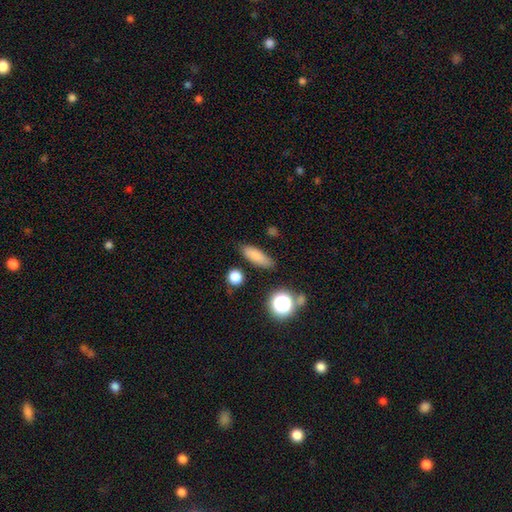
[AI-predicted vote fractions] Overall: smooth (81%). How rounded: in between (49%; cigar-shaped 44%). Merging: none (83%).